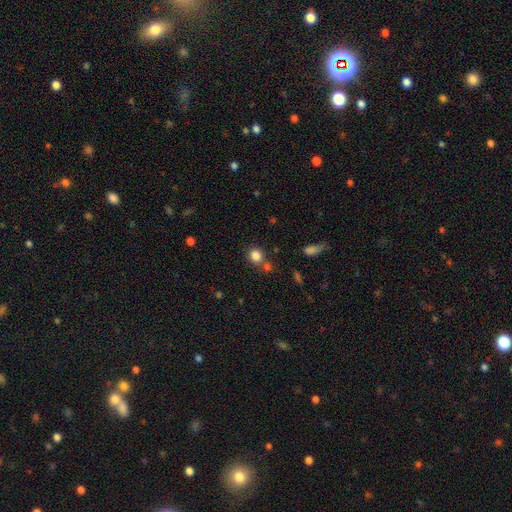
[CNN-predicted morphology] A smooth galaxy with no disk features (83%) that is round (79%).

Vote fractions:
- Smooth or featured? smooth: 83% / star or artifact: 12% / featured or disk: 6%
- How rounded? round: 79% / in between: 20% / cigar-shaped: 1%
- Merging? none: 64% / merger: 20% / minor disturbance: 11% / major disturbance: 5%